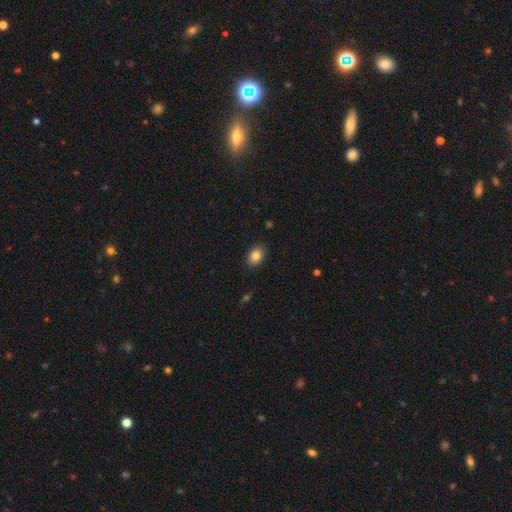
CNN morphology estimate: smooth-or-featured: smooth: 84% | star or artifact: 9% | featured or disk: 7%
  how-rounded: in between: 72% | round: 27% | cigar-shaped: 1%
  merging: none: 88% | minor disturbance: 9% | major disturbance: 2% | merger: 1%